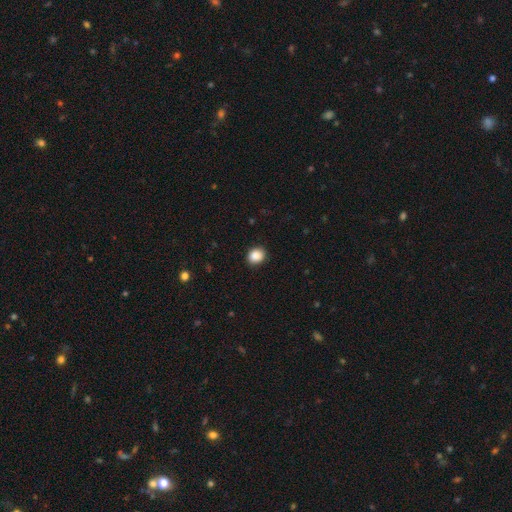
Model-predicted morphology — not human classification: Smooth or featured?
  - smooth: 88% *
  - star or artifact: 9%
  - featured or disk: 3%
How rounded?
  - round: 62% *
  - in between: 37%
  - cigar-shaped: 1%
Merging?
  - none: 90% *
  - minor disturbance: 8%
  - major disturbance: 2%
  - merger: 1%